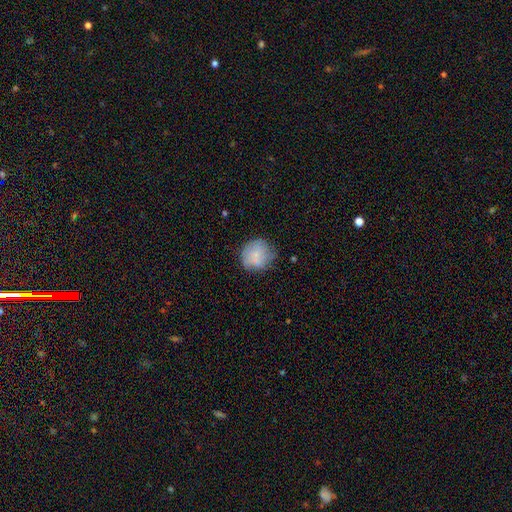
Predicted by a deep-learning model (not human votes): The model was most divided on "merging": none: 66%, minor disturbance: 24%, major disturbance: 7%, merger: 4%. More confident: how rounded — round (88%); smooth or featured — smooth (72%).